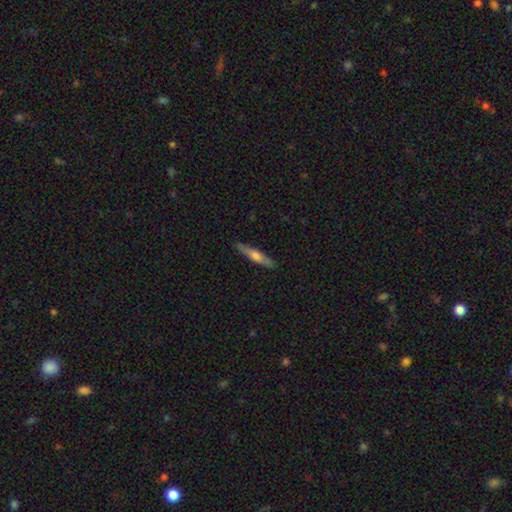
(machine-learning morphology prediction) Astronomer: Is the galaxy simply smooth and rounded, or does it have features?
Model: featured or disk — 49% (runner-up: smooth, 46%).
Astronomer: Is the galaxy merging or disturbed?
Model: none — 90%.